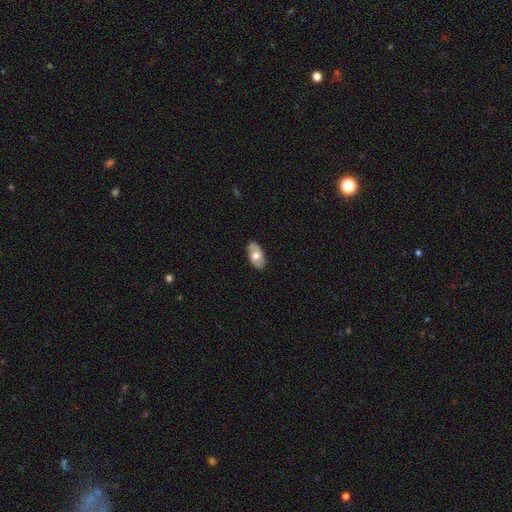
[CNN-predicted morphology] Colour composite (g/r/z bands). It shows a featured or disk galaxy (50%). Merging: none (84%).